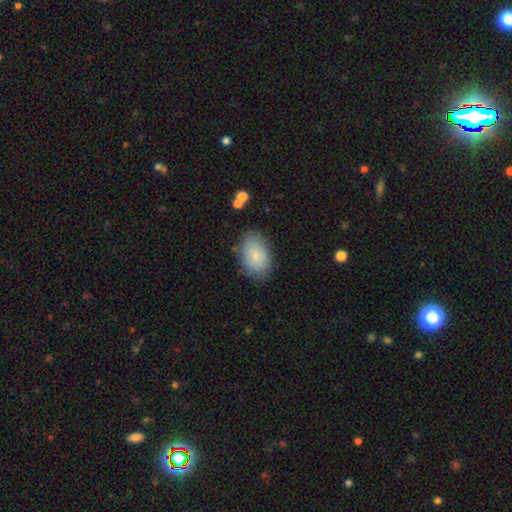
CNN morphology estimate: A smooth galaxy with no disk features (80%) that is in between round and cigar-shaped (87%).

Vote fractions:
- Smooth or featured? smooth: 80% / featured or disk: 12% / star or artifact: 7%
- How rounded? in between: 87% / round: 12% / cigar-shaped: 1%
- Merging? none: 79% / minor disturbance: 16% / major disturbance: 4% / merger: 2%